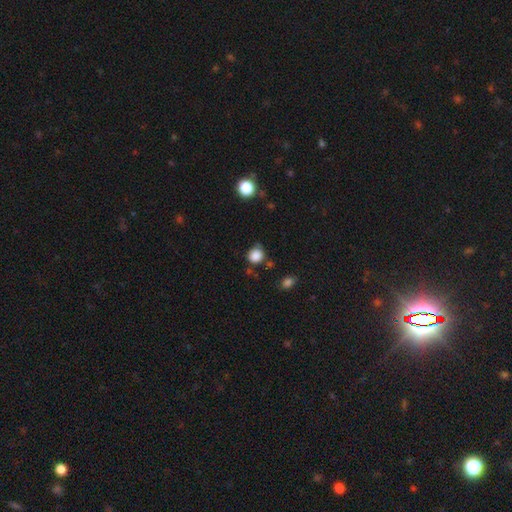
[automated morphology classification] The model was most divided on "merging": none: 71%, minor disturbance: 20%, major disturbance: 5%, merger: 4%. More confident: smooth or featured — smooth (86%); how rounded — round (85%).